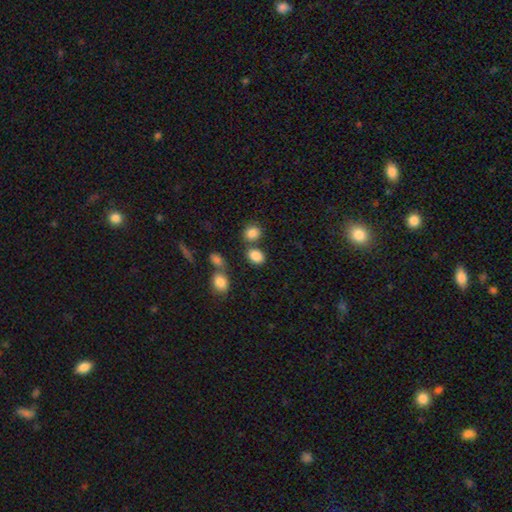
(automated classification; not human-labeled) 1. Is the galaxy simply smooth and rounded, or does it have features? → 84% smooth, 11% star or artifact, 6% featured or disk.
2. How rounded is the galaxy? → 63% in between, 36% round, 1% cigar-shaped.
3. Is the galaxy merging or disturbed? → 64% none, 20% merger, 11% minor disturbance, 4% major disturbance.